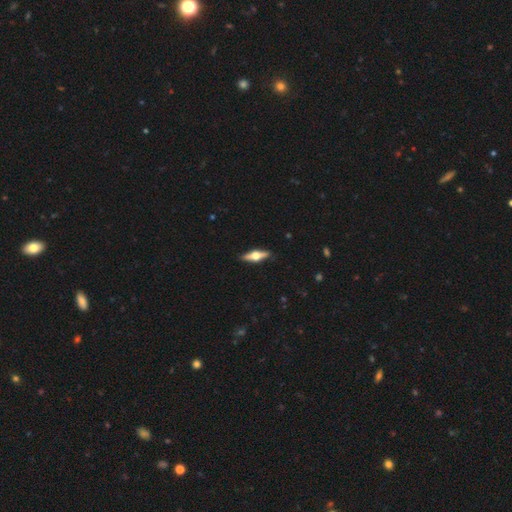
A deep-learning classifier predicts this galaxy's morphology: smooth_or_featured: featured or disk (p=0.68) [alt: smooth p=0.26]
disk_edge_on: yes (p=0.96) [alt: no p=0.04]
edge_on_bulge: rounded (p=0.95) [alt: boxy p=0.03]
merging: none (p=0.89) [alt: minor disturbance p=0.08]